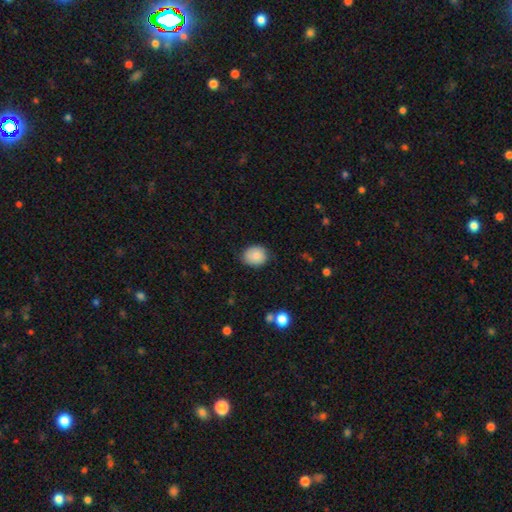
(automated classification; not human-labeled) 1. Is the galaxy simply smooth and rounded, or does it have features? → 85% smooth, 8% star or artifact, 7% featured or disk.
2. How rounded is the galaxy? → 54% round, 46% in between, 1% cigar-shaped.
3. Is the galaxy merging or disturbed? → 78% none, 17% minor disturbance, 3% major disturbance, 1% merger.